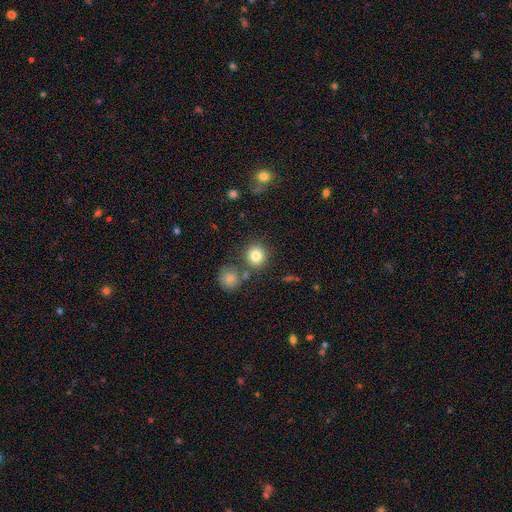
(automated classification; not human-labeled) A smooth galaxy with no disk features (82%) that is round (87%).

Vote fractions:
- Smooth or featured? smooth: 82% / star or artifact: 10% / featured or disk: 7%
- How rounded? round: 87% / in between: 12% / cigar-shaped: 1%
- Merging? none: 77% / merger: 11% / minor disturbance: 9% / major disturbance: 3%